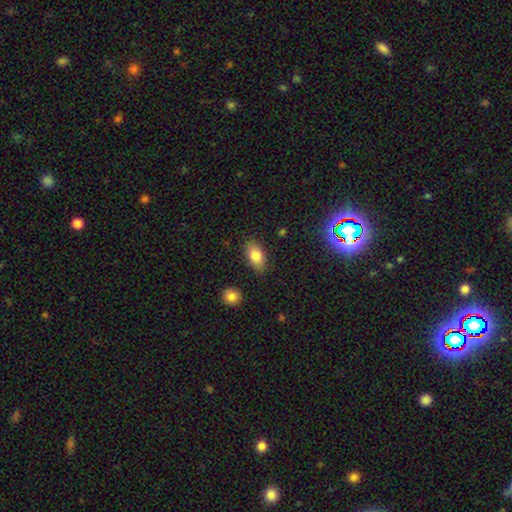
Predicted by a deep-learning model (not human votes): smooth 82%, featured or disk 10%, star or artifact 8%. Down the decision tree: how rounded — in between (90%); merging — none (85%).